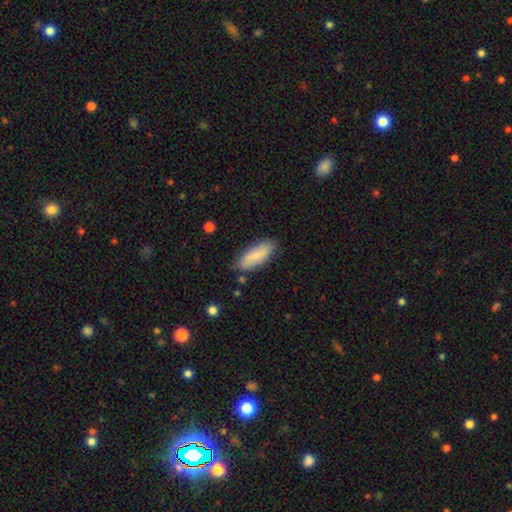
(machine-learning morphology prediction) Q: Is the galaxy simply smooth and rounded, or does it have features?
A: smooth — 74%.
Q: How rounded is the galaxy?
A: in between — 71%.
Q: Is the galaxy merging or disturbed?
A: none — 81%.